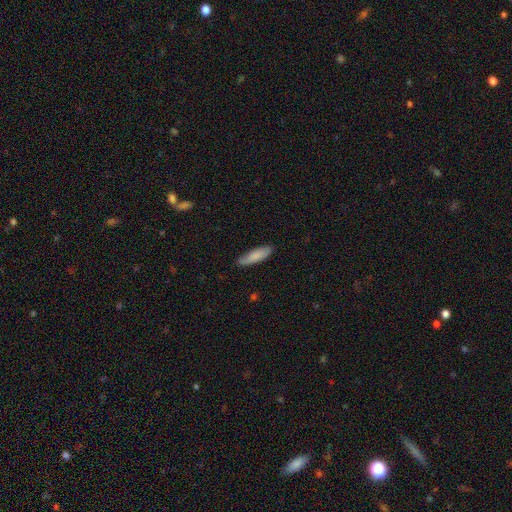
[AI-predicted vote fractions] The model was most divided on "how rounded": cigar-shaped: 60%, in between: 39%, round: 1%. More confident: smooth or featured — smooth (80%); merging — none (76%).